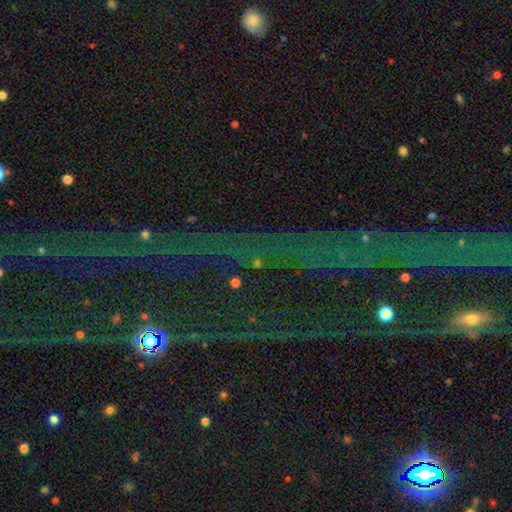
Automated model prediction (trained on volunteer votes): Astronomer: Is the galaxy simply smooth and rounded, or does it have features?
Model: star or artifact — 81%.